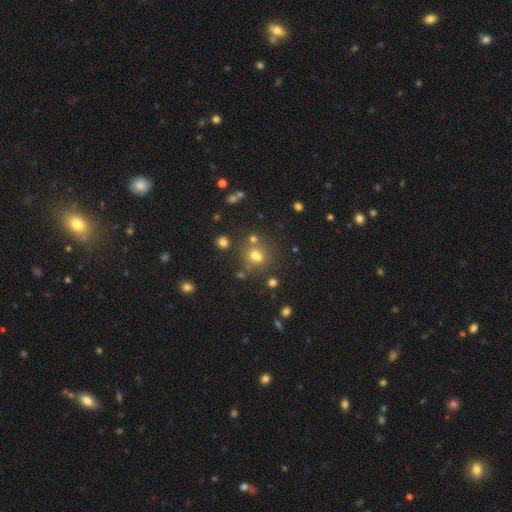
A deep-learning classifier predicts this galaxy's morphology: A smooth galaxy with no disk features (63%) that is round (74%). Merging: none (62%).